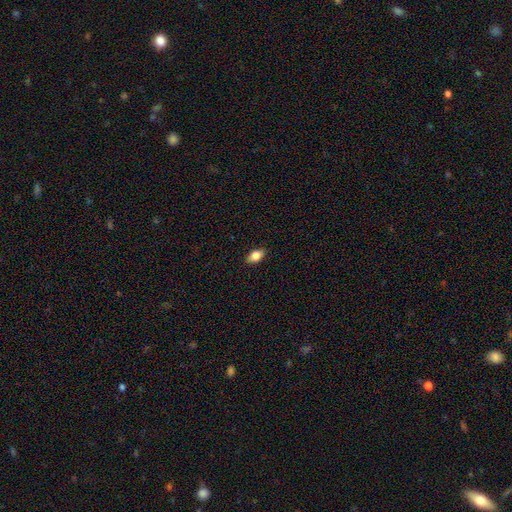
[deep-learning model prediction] smooth 80%, featured or disk 12%, star or artifact 8%. Down the decision tree: how rounded — in between (87%); merging — none (88%).